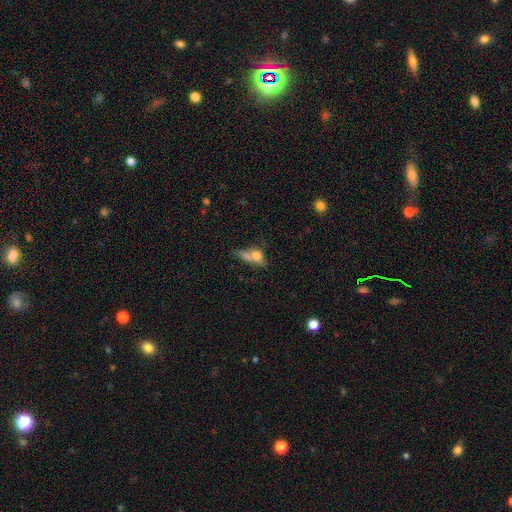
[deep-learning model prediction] Smooth or featured? Predicted: smooth (p=0.61). How rounded? Predicted: in between (p=0.52). Merging? Predicted: merger (p=0.43).